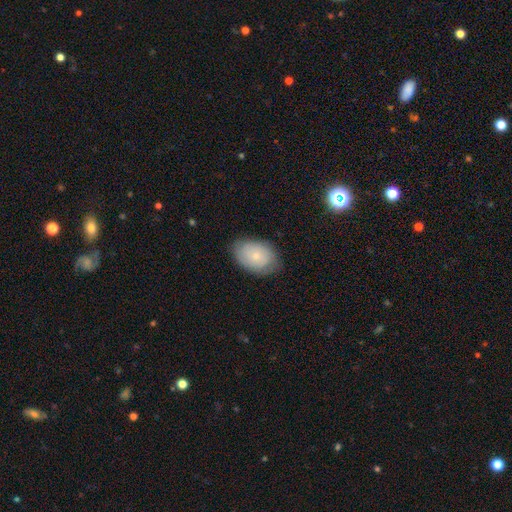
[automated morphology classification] This appears to be a smooth galaxy with no disk features (71%) that is in between round and cigar-shaped (85%). Merging: none (75%).